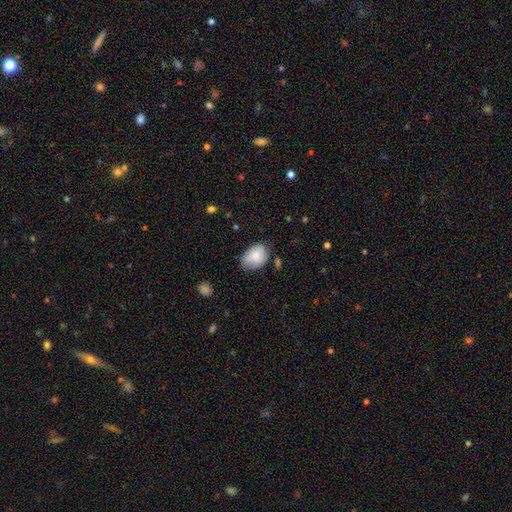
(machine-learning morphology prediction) This is likely a smooth galaxy (78%). How rounded: likely in between (78%). Merging: possibly none (56%).